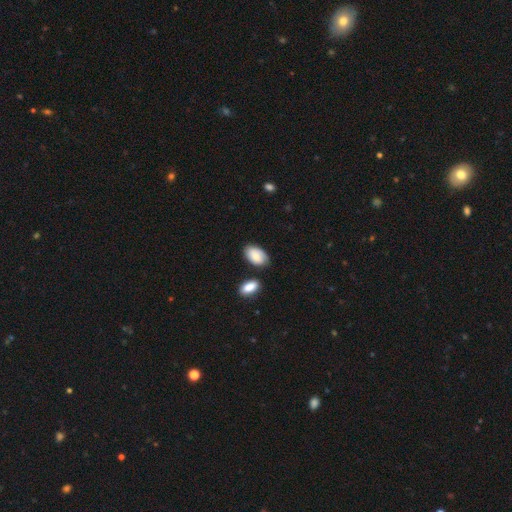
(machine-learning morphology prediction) smooth-or-featured: smooth: 78% | featured or disk: 15% | star or artifact: 6%
  how-rounded: in between: 94% | round: 5% | cigar-shaped: 2%
  merging: none: 72% | minor disturbance: 16% | merger: 9% | major disturbance: 4%